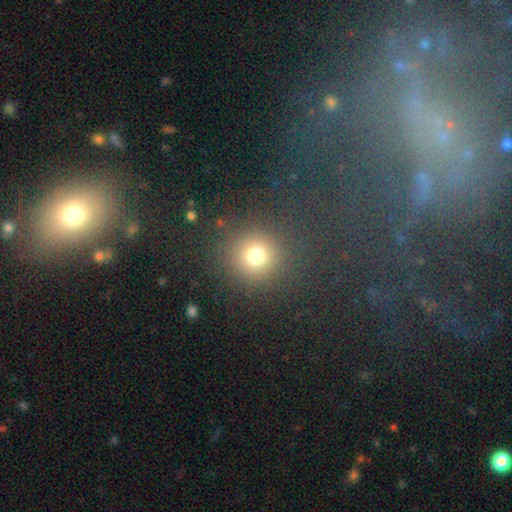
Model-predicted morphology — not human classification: Smooth or featured?
  - smooth: 74% *
  - star or artifact: 19%
  - featured or disk: 7%
How rounded?
  - round: 92% *
  - in between: 7%
  - cigar-shaped: 1%
Merging?
  - none: 83% *
  - minor disturbance: 7%
  - major disturbance: 6%
  - merger: 4%